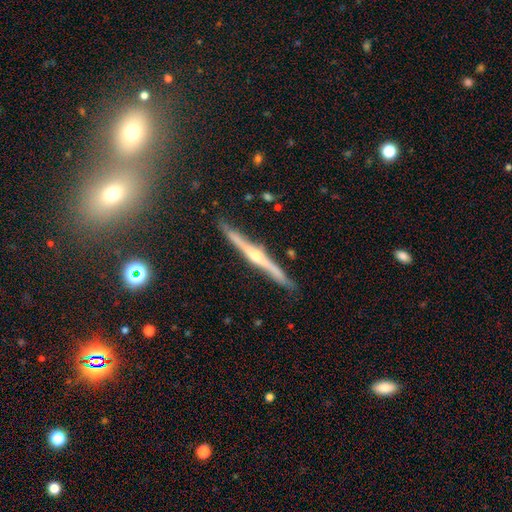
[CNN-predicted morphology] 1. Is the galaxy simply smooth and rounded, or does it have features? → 83% featured or disk, 10% smooth, 7% star or artifact.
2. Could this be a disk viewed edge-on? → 98% yes, 2% no.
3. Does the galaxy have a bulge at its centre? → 87% rounded, 8% none, 5% boxy.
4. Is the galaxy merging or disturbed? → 89% none, 7% minor disturbance, 2% merger, 2% major disturbance.